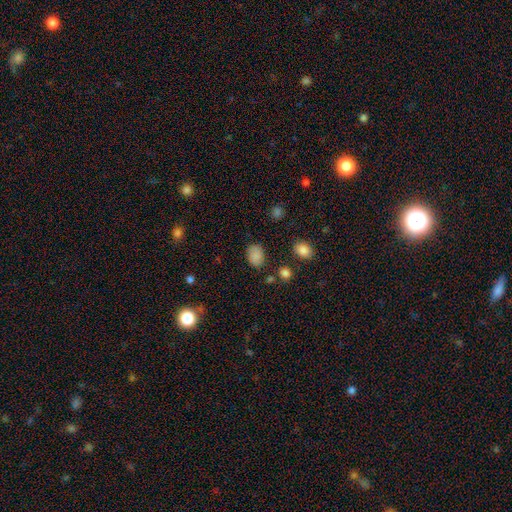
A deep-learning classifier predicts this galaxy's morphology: Smooth or featured: smooth — 84% (star or artifact — 11%)
How rounded: in between — 72% (round — 27%)
Merging: none — 76% (minor disturbance — 17%)